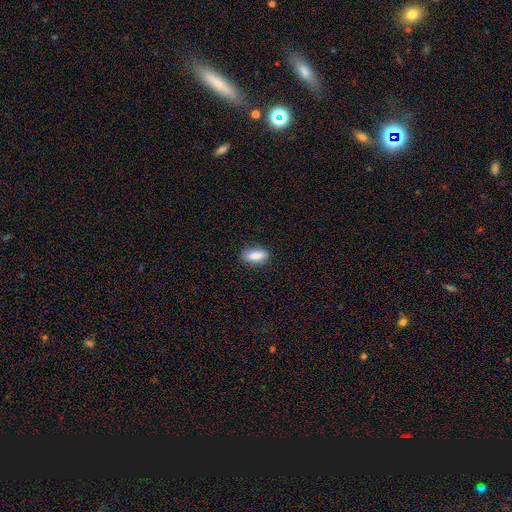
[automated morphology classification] A smooth galaxy with no disk features (88%) that is in between round and cigar-shaped (84%). Merging: none (85%).